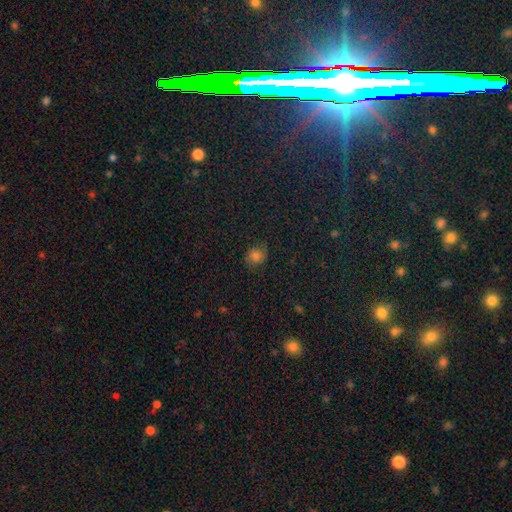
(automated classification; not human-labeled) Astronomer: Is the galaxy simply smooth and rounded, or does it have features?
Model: smooth — 74%.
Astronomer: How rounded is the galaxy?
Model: round — 74%.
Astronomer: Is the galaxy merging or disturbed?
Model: none — 75%.